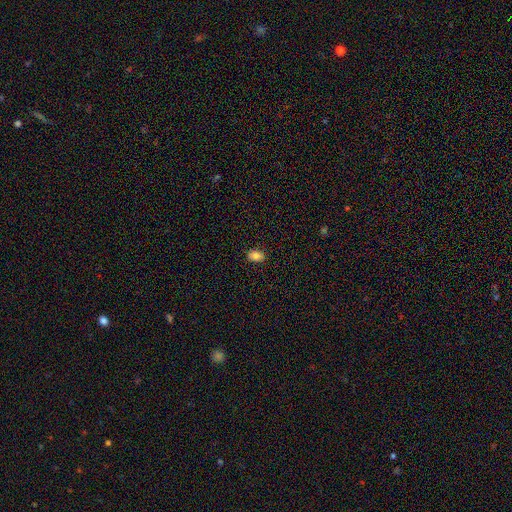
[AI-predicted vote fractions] smooth 85%, star or artifact 9%, featured or disk 6%. Down the decision tree: how rounded — in between (82%); merging — none (87%).